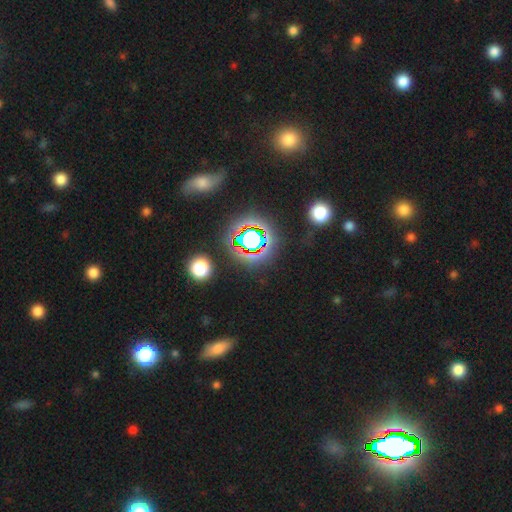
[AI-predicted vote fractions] smooth_or_featured: star or artifact (p=0.74) [alt: smooth p=0.16]